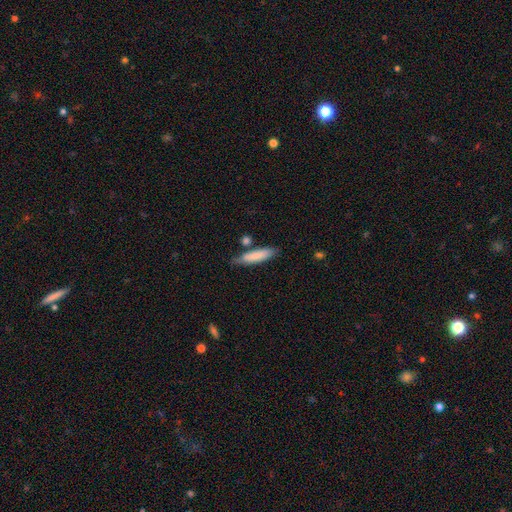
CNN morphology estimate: smooth-or-featured: smooth: 79% | featured or disk: 15% | star or artifact: 6%
  how-rounded: cigar-shaped: 77% | in between: 22% | round: 2%
  merging: none: 69% | minor disturbance: 18% | merger: 10% | major disturbance: 4%